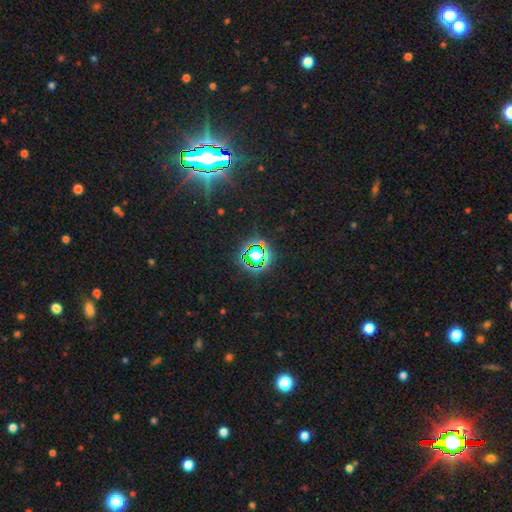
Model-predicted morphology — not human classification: The model was most divided on "smooth or featured": star or artifact: 69%, smooth: 21%, featured or disk: 10%.